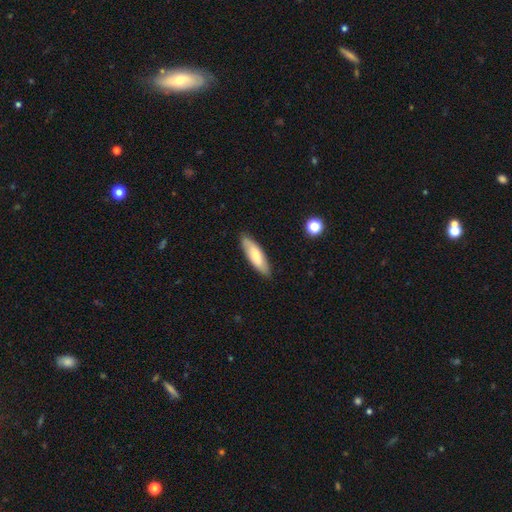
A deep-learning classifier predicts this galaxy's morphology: Smooth or featured? smooth (70%)
How rounded? in between (51%)
Merging? none (86%)